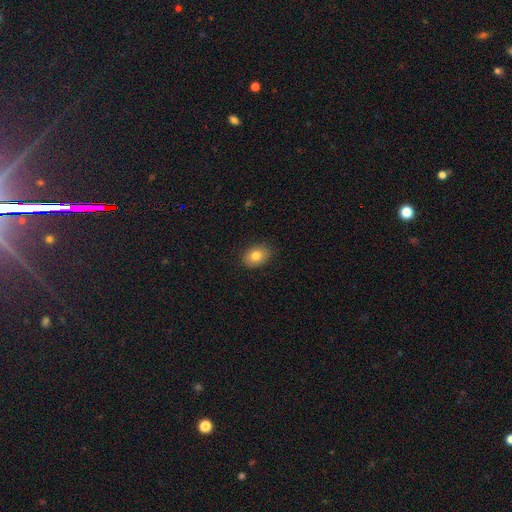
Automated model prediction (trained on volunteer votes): Smooth or featured?
  - smooth: 81% *
  - featured or disk: 10%
  - star or artifact: 9%
How rounded?
  - in between: 71% *
  - round: 28%
  - cigar-shaped: 1%
Merging?
  - none: 85% *
  - minor disturbance: 12%
  - major disturbance: 2%
  - merger: 1%